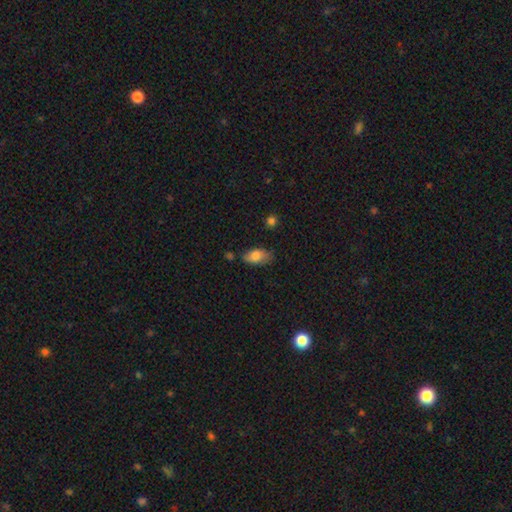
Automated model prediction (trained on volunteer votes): Morphology: type=smooth (80%); roundness=in between (91%); merging=none (61%).